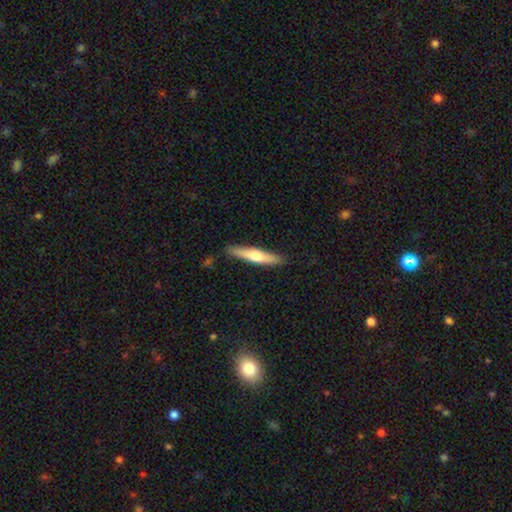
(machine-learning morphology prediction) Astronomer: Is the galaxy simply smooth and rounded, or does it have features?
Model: smooth — 50% (runner-up: featured or disk, 45%).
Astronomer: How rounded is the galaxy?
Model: cigar-shaped — 89%.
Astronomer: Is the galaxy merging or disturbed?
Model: none — 89%.